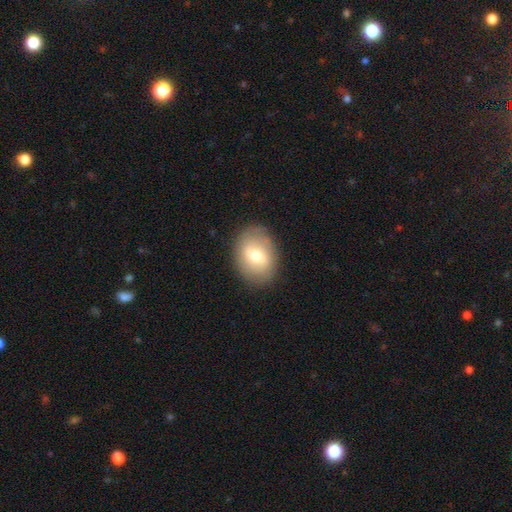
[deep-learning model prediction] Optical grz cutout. It shows a smooth galaxy with no disk features (62%) that is in between round and cigar-shaped (63%). Merging: none (84%).